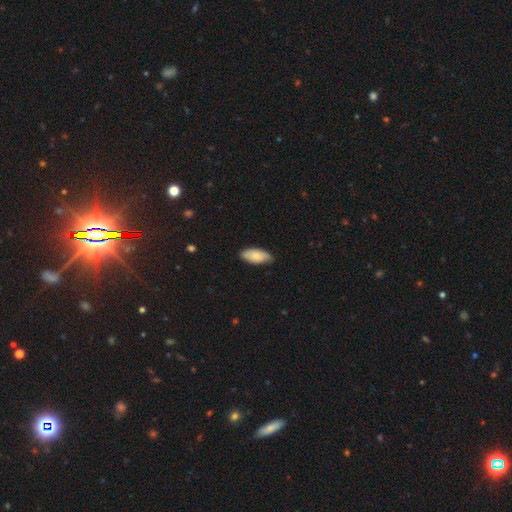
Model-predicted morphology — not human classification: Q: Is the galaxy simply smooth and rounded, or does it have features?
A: smooth — 80%.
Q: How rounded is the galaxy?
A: in between — 89%.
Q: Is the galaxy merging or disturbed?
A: none — 73%.